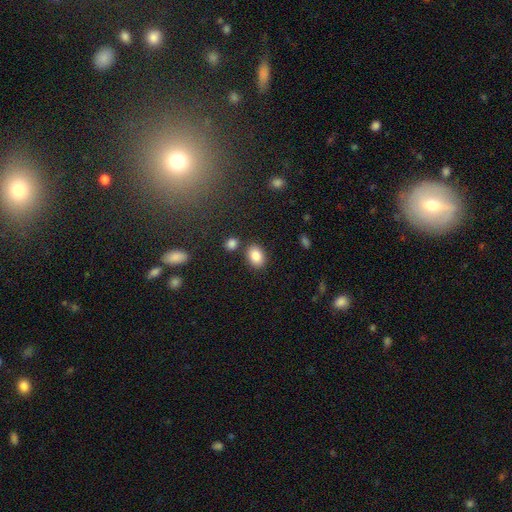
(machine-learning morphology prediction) Smooth or featured? smooth (86%)
How rounded? in between (76%)
Merging? none (78%)